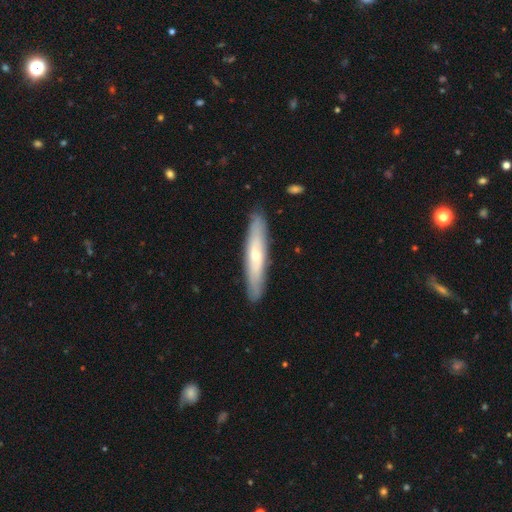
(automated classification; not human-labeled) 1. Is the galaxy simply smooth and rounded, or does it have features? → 52% featured or disk, 42% smooth, 6% star or artifact.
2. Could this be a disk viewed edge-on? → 72% yes, 28% no.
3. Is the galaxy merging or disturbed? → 89% none, 8% minor disturbance, 2% major disturbance, 1% merger.